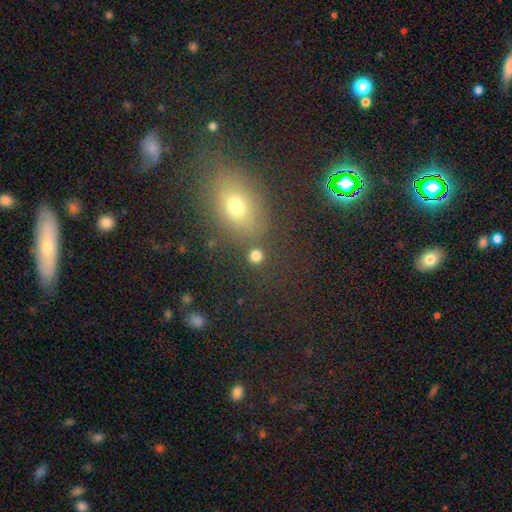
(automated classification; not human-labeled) Smooth or featured? Predicted: smooth (p=0.80). How rounded? Predicted: round (p=0.89). Merging? Predicted: none (p=0.82).